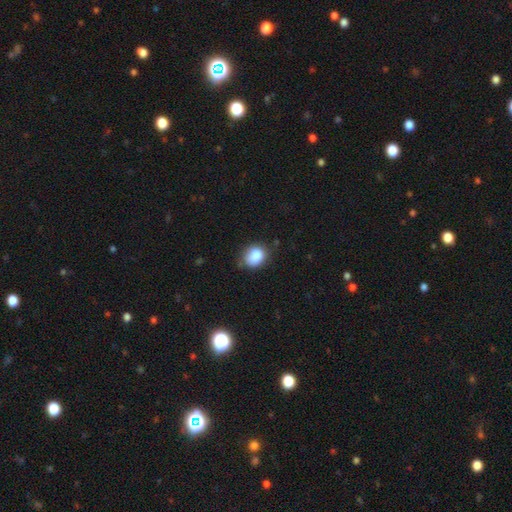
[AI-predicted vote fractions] A smooth galaxy with no disk features (86%) that is round (52%). Merging: none (67%).